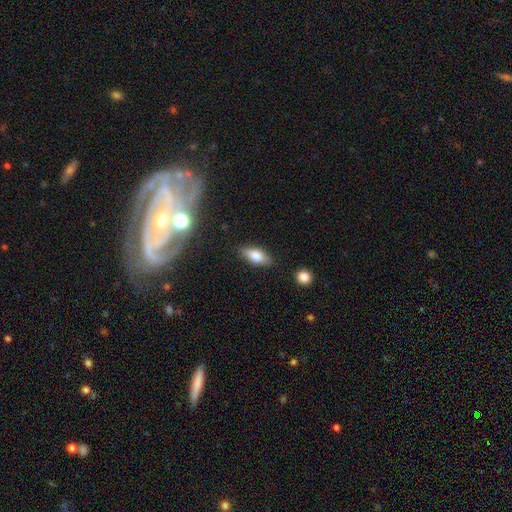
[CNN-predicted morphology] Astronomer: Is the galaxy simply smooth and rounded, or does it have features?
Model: smooth — 74%.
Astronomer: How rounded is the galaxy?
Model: in between — 81%.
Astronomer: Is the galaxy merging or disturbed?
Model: none — 84%.